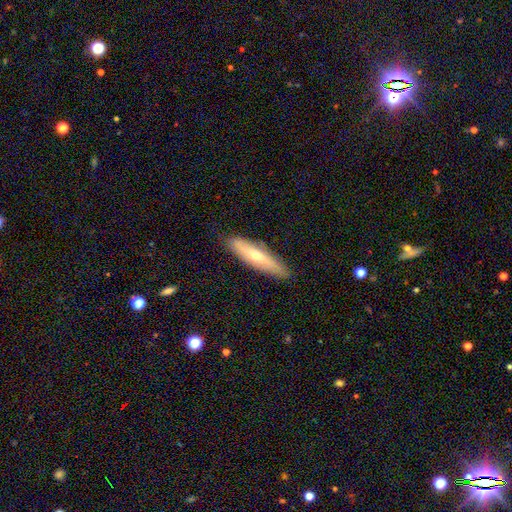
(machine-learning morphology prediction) The model was most divided on "smooth or featured": smooth: 48%, featured or disk: 46%, star or artifact: 6%. More confident: merging — none (84%).